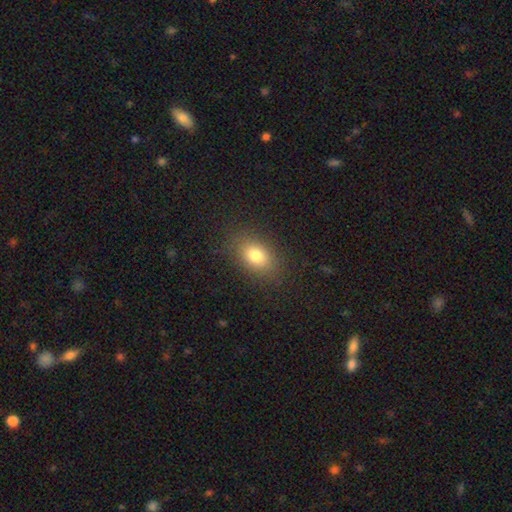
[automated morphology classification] Smooth or featured? Predicted: smooth (p=0.79). How rounded? Predicted: in between (p=0.78). Merging? Predicted: none (p=0.85).